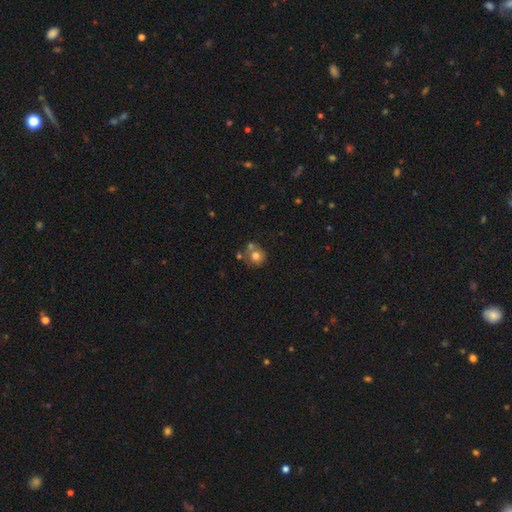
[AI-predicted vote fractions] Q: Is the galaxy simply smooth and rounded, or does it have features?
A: smooth — 73%.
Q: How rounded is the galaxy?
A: round — 85%.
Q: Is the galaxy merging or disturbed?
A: none — 54%.